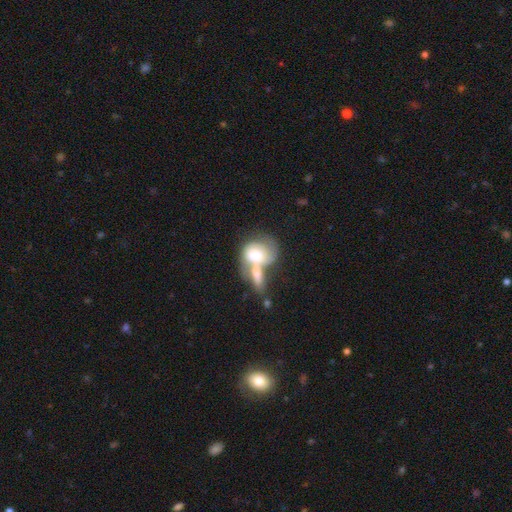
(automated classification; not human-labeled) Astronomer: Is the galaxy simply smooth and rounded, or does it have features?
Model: smooth — 58% (runner-up: featured or disk, 36%).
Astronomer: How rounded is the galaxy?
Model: in between — 59% (runner-up: round, 38%).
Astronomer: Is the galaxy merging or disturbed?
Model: merger — 70%.